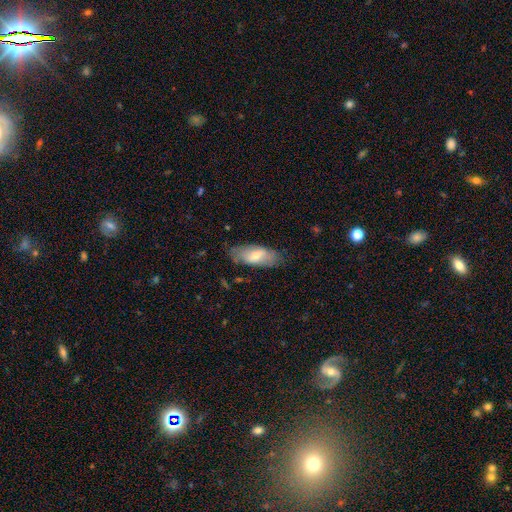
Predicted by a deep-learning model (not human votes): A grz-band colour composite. It shows a smooth galaxy with no disk features (63%) that is in between round and cigar-shaped (82%). Merging: none (78%).